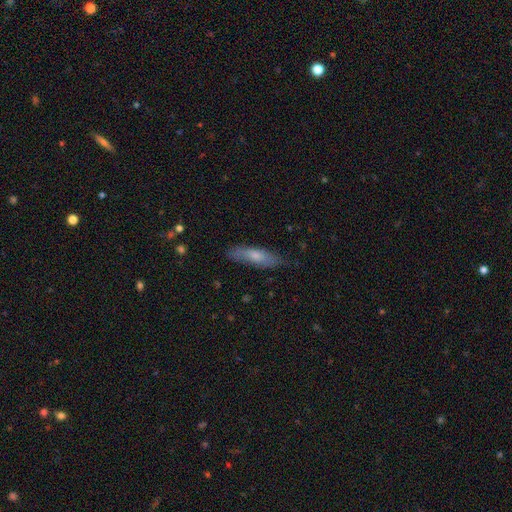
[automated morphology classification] Smooth or featured? smooth (66%)
How rounded? cigar-shaped (59%)
Merging? none (74%)